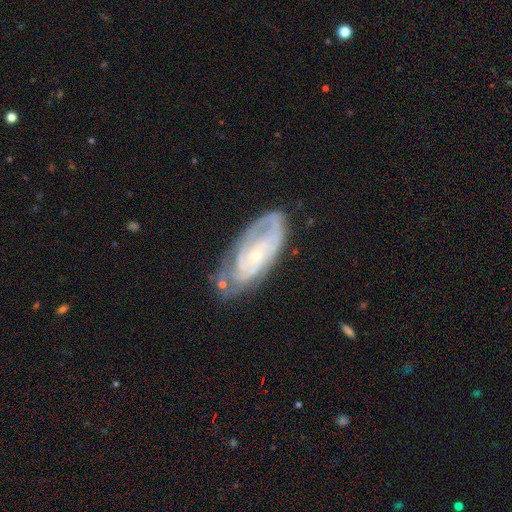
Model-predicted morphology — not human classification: smooth_or_featured: featured or disk (p=0.78) [alt: smooth p=0.16]
disk_edge_on: no (p=0.92) [alt: yes p=0.08]
bar: no (p=0.72) [alt: weak p=0.22]
has_spiral_arms: yes (p=0.84) [alt: no p=0.16]
spiral_winding: tight (p=0.62) [alt: medium p=0.29]
spiral_arm_count: can't tell (p=0.46) [alt: 2 p=0.29]
bulge_size: small (p=0.79) [alt: moderate p=0.17]
merging: none (p=0.59) [alt: minor disturbance p=0.26]